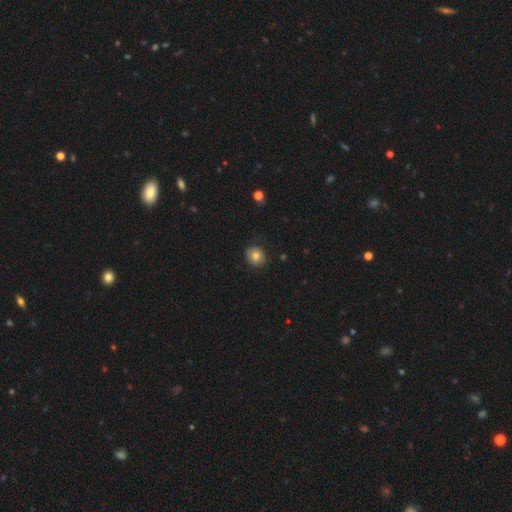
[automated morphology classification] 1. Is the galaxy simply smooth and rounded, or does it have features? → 77% smooth, 13% featured or disk, 10% star or artifact.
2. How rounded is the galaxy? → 78% round, 22% in between, 1% cigar-shaped.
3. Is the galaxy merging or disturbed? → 84% none, 13% minor disturbance, 3% major disturbance, 1% merger.